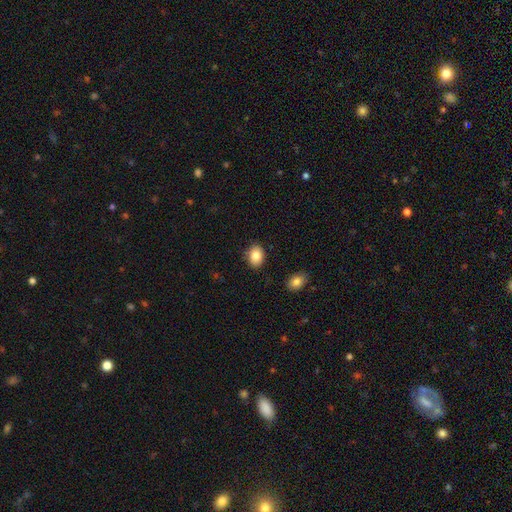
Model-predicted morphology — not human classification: Smooth or featured? Predicted: smooth (p=0.84). How rounded? Predicted: in between (p=0.69). Merging? Predicted: none (p=0.86).